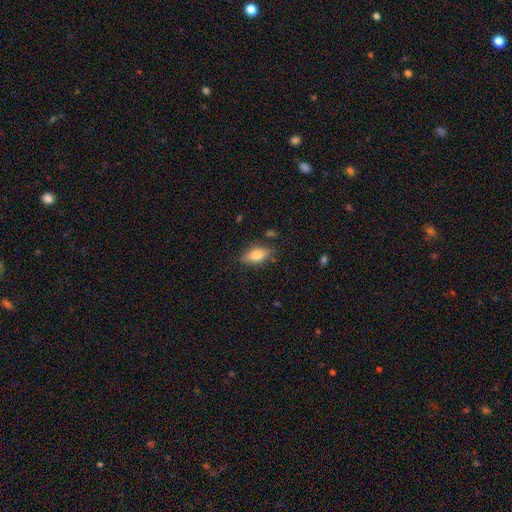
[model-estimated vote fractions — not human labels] This is likely a smooth galaxy (72%). How rounded: likely in between (78%). Merging: likely none (79%).